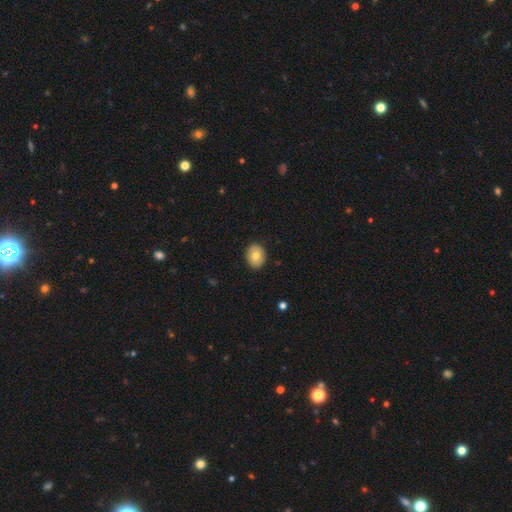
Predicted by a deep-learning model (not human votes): This is likely a smooth galaxy (76%). How rounded: possibly round (53%). Merging: clearly none (89%).